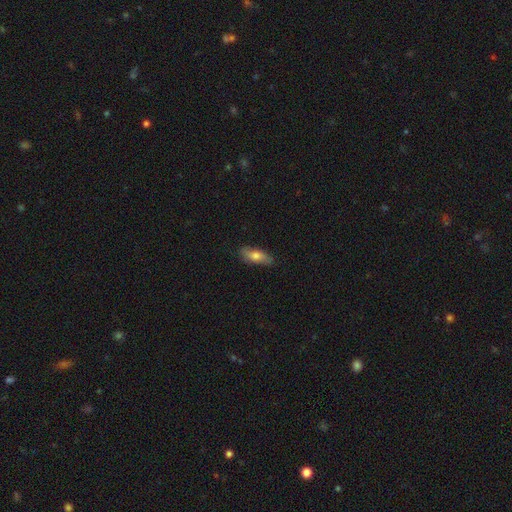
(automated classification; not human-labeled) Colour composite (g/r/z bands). It shows a smooth galaxy with no disk features (68%) that is in between round and cigar-shaped (67%). Merging: none (82%).